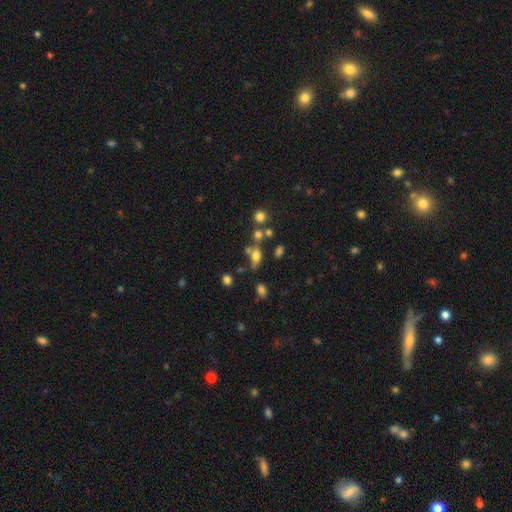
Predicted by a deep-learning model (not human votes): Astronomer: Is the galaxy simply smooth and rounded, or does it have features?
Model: smooth — 64%.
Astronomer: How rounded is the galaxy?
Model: in between — 71%.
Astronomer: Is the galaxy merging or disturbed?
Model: none — 47% (runner-up: merger, 28%).